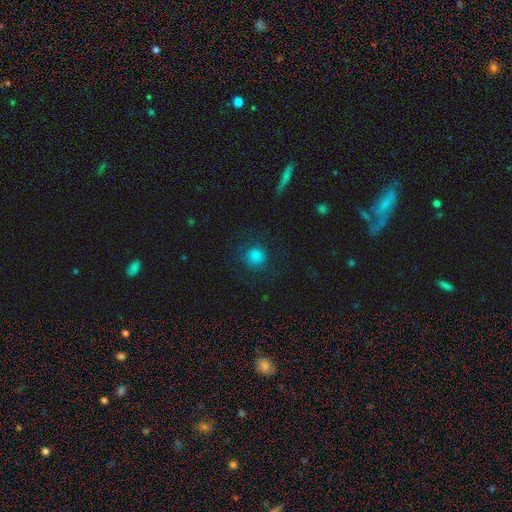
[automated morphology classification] This appears to be a smooth galaxy with no disk features (78%) that is round (90%). Merging: none (79%).